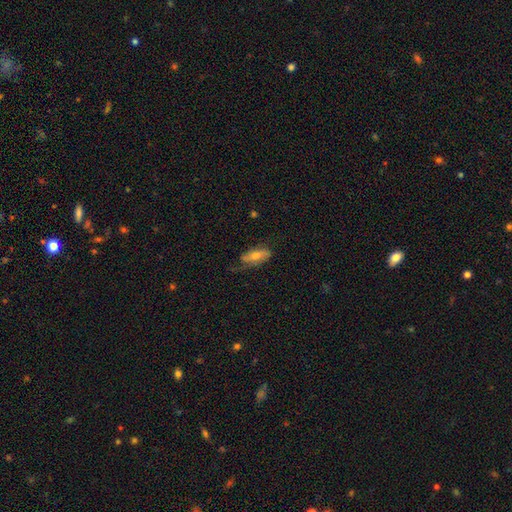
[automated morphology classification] Q: Smooth or featured?
A: featured or disk (47%); runner-up: smooth (46%)
Q: Merging?
A: none (52%); runner-up: minor disturbance (29%)